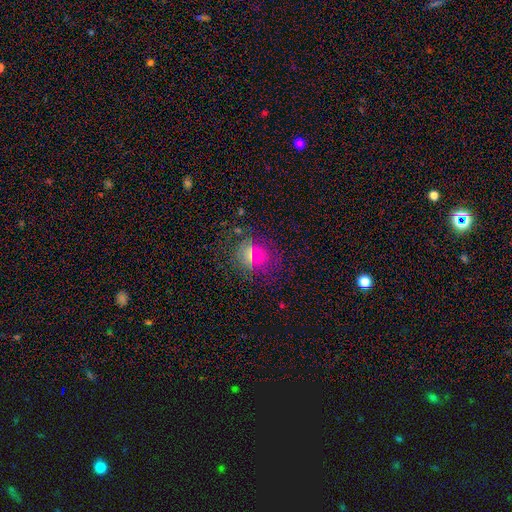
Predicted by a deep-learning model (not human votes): smooth-or-featured: smooth: 55% | star or artifact: 27% | featured or disk: 17%
  how-rounded: round: 79% | in between: 19% | cigar-shaped: 2%
  merging: none: 75% | minor disturbance: 13% | major disturbance: 6% | merger: 6%